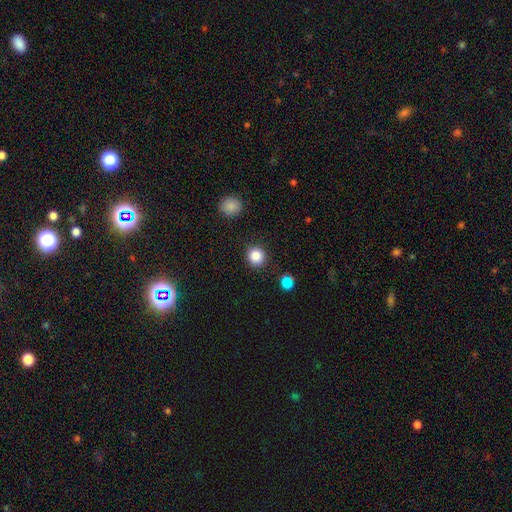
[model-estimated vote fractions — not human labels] Smooth or featured? smooth (86%)
How rounded? round (90%)
Merging? none (89%)